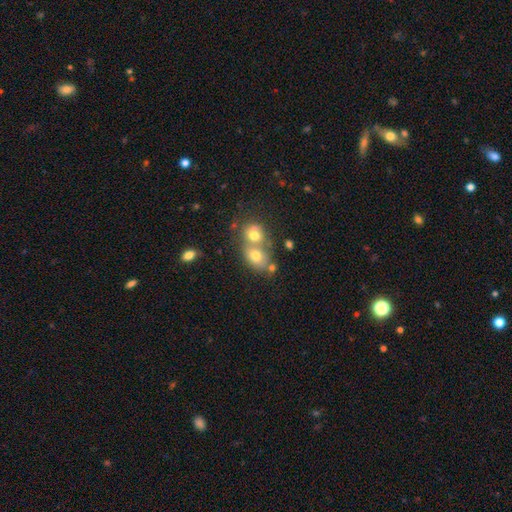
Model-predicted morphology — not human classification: smooth-or-featured: smooth: 70% | featured or disk: 19% | star or artifact: 11%
  how-rounded: in between: 57% | round: 42% | cigar-shaped: 1%
  merging: merger: 58% | none: 29% | minor disturbance: 8% | major disturbance: 4%